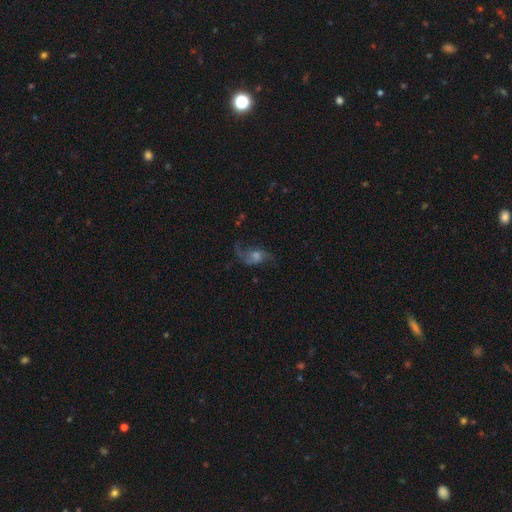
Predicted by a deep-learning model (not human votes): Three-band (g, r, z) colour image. It shows a featured or disk galaxy (68%) with no bar (66%), 2 (80%) loose (73%) spiral arms (90%) and a moderate central bulge (52%). Merging: none (56%).